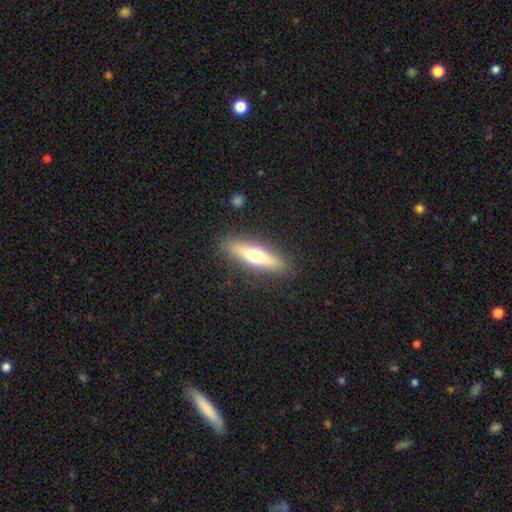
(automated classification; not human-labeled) Smooth or featured?
  - smooth: 50% *
  - featured or disk: 44%
  - star or artifact: 6%
Merging?
  - none: 89% *
  - minor disturbance: 8%
  - major disturbance: 2%
  - merger: 1%